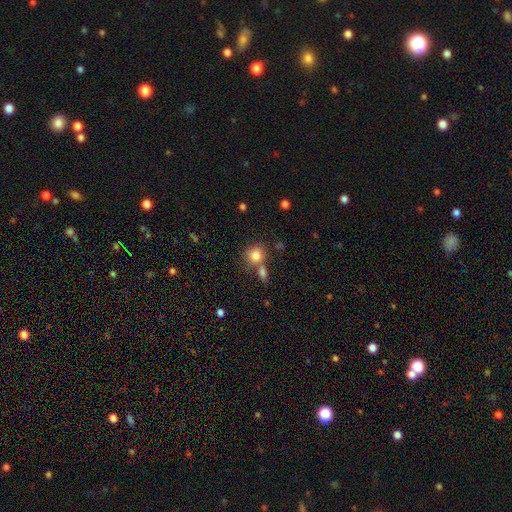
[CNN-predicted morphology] smooth_or_featured: smooth (p=0.82) [alt: star or artifact p=0.10]
how_rounded: round (p=0.75) [alt: in between p=0.24]
merging: none (p=0.54) [alt: merger p=0.28]